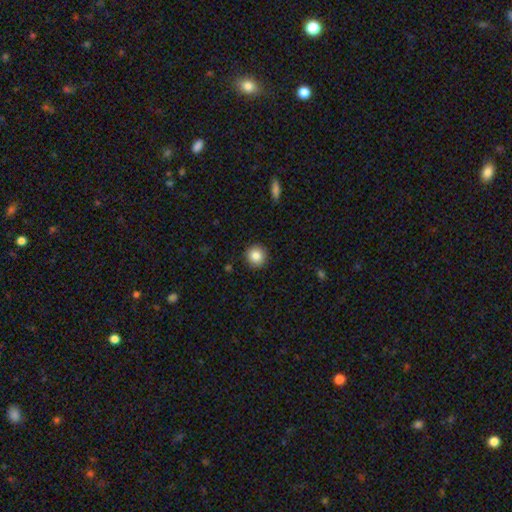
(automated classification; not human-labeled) Q: Smooth or featured?
A: smooth (86%); runner-up: star or artifact (9%)
Q: How rounded?
A: round (94%); runner-up: in between (5%)
Q: Merging?
A: none (92%); runner-up: minor disturbance (6%)